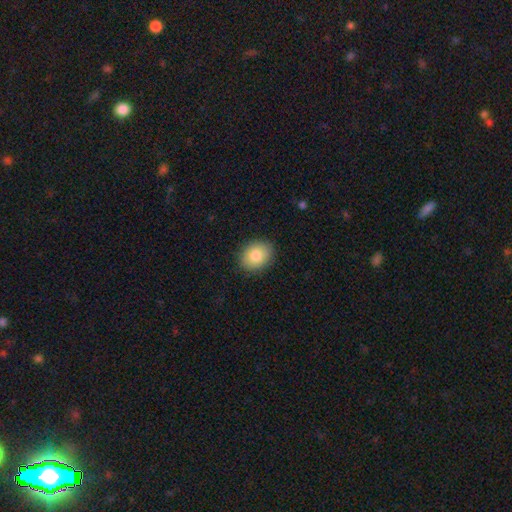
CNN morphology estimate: This appears to be a smooth galaxy with no disk features (82%) that is in between round and cigar-shaped (53%). Merging: none (89%).